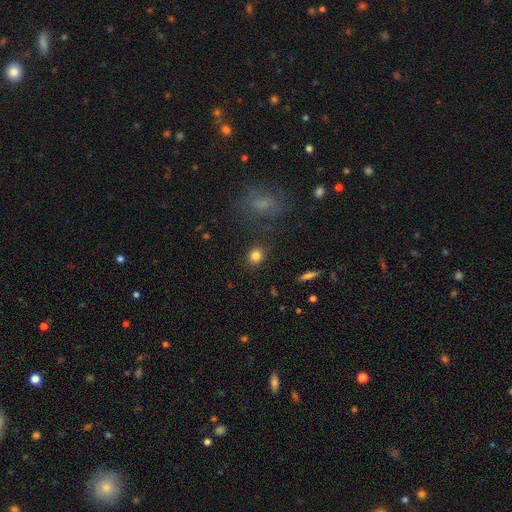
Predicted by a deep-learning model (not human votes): A smooth galaxy with no disk features (83%) that is round (78%).

Vote fractions:
- Smooth or featured? smooth: 83% / star or artifact: 11% / featured or disk: 6%
- How rounded? round: 78% / in between: 21% / cigar-shaped: 1%
- Merging? none: 86% / minor disturbance: 9% / major disturbance: 3% / merger: 2%